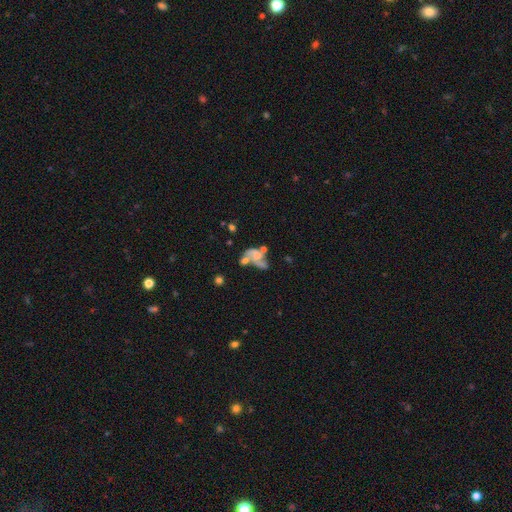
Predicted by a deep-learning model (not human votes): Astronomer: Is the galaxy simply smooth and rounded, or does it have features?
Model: featured or disk — 57%.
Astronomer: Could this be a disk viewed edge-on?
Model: no — 97%.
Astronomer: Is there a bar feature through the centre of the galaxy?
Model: no — 79%.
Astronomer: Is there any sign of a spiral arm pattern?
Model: yes — 53% (runner-up: no, 47%).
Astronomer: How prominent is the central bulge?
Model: none — 62%.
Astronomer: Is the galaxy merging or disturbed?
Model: merger — 37% (runner-up: major disturbance, 27%).